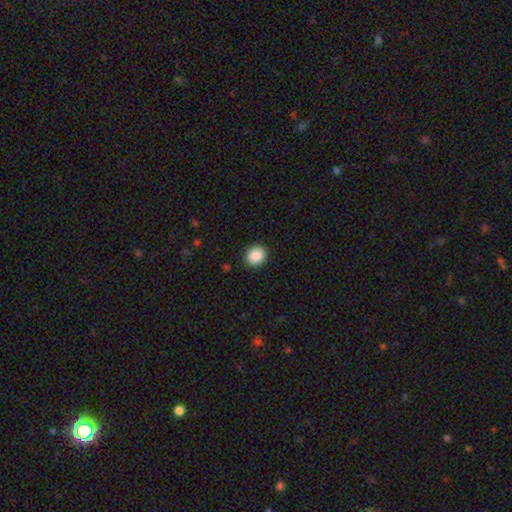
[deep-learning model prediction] This is clearly a smooth galaxy (89%). How rounded: likely round (78%). Merging: clearly none (91%).